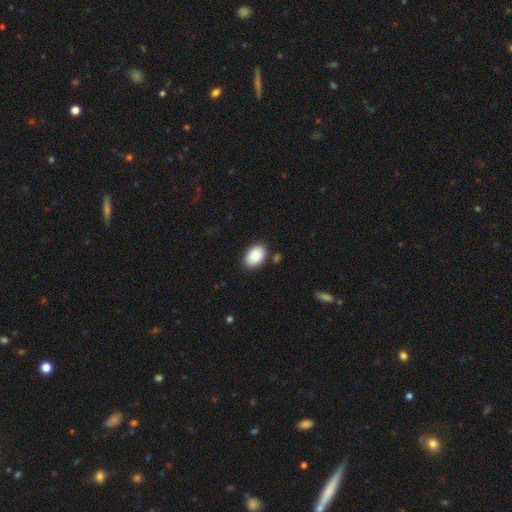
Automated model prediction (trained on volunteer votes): Q: Smooth or featured?
A: smooth (87%); runner-up: star or artifact (7%)
Q: How rounded?
A: in between (88%); runner-up: round (11%)
Q: Merging?
A: none (85%); runner-up: minor disturbance (10%)